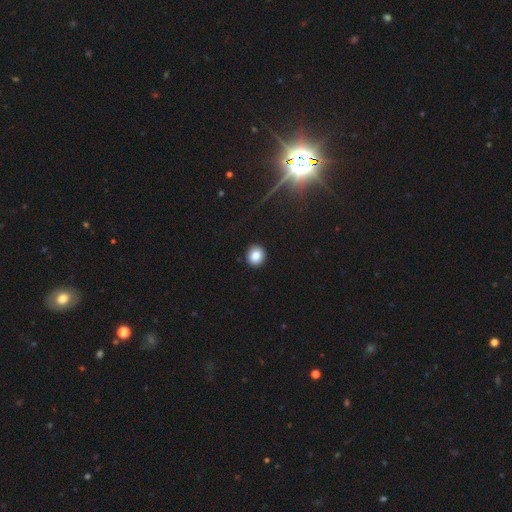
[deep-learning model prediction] Smooth or featured: smooth — 83% (star or artifact — 11%)
How rounded: round — 85% (in between — 14%)
Merging: none — 92% (minor disturbance — 5%)